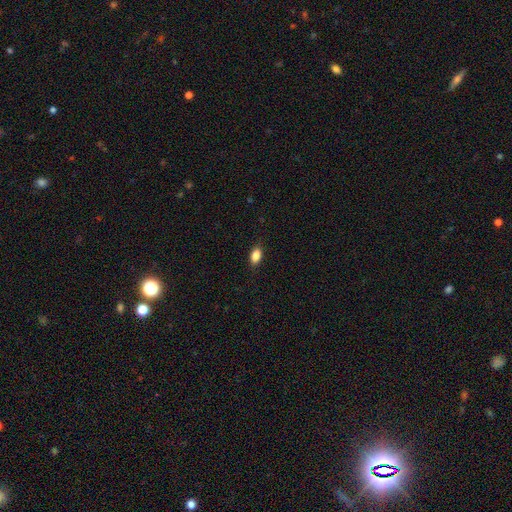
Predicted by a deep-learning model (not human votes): This is clearly a smooth galaxy (87%). How rounded: clearly in between (88%). Merging: clearly none (88%).